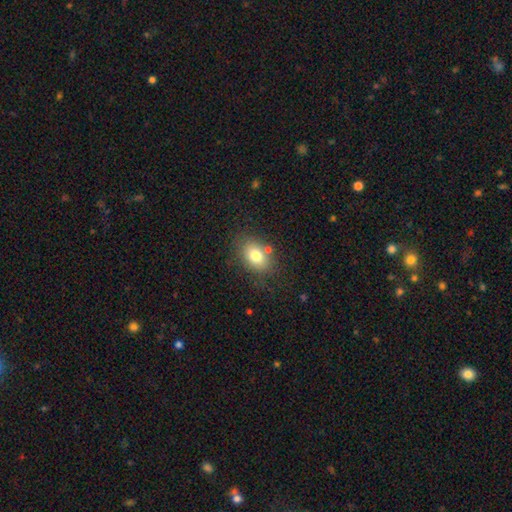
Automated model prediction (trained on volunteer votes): This appears to be a smooth galaxy with no disk features (77%) that is in between round and cigar-shaped (75%). Merging: none (76%).